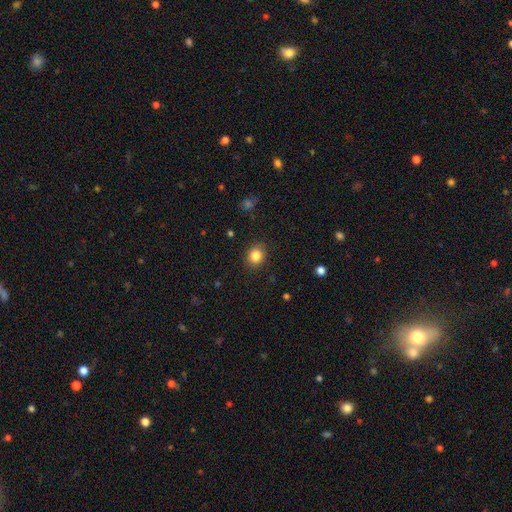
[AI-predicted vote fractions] Smooth or featured: smooth — 84% (star or artifact — 10%)
How rounded: round — 60% (in between — 39%)
Merging: none — 88% (minor disturbance — 8%)